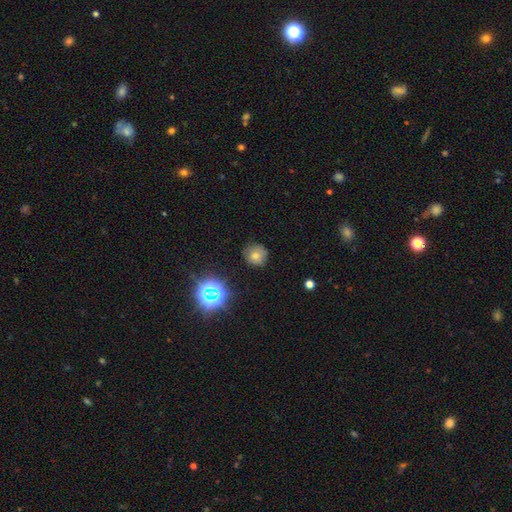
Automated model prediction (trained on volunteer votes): Smooth or featured? smooth (55%)
How rounded? round (90%)
Merging? none (84%)